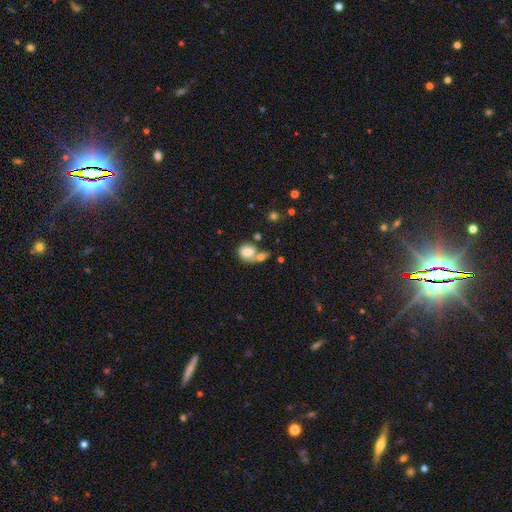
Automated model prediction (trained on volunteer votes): Smooth or featured?
  - smooth: 69% *
  - featured or disk: 22%
  - star or artifact: 9%
How rounded?
  - in between: 57% *
  - round: 41%
  - cigar-shaped: 2%
Merging?
  - merger: 55% *
  - none: 24%
  - minor disturbance: 11%
  - major disturbance: 10%